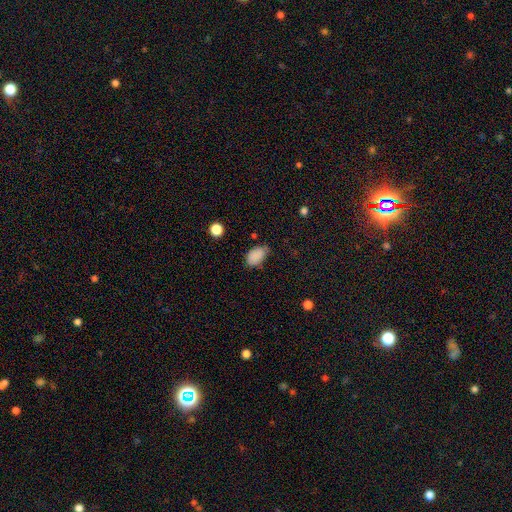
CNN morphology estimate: Smooth or featured? smooth (87%)
How rounded? in between (89%)
Merging? none (65%)